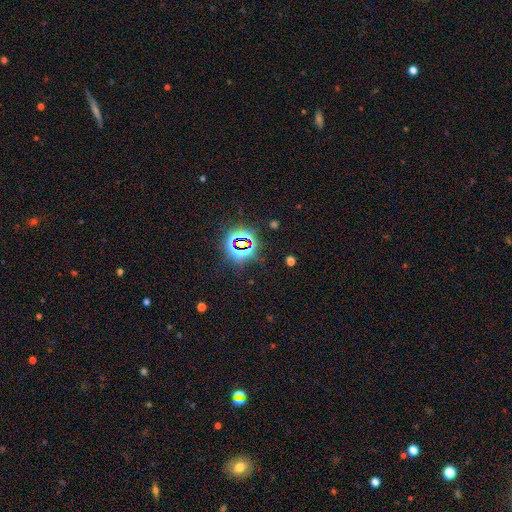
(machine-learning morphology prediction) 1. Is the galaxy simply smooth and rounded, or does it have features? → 80% star or artifact, 13% smooth, 8% featured or disk.